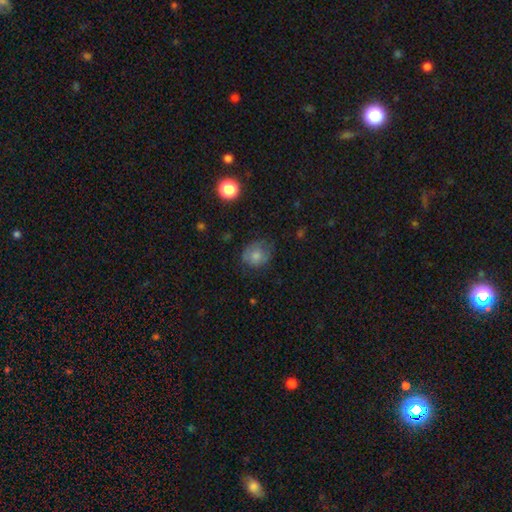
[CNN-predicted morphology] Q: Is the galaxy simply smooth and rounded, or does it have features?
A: smooth — 76%.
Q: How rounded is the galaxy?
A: round — 76%.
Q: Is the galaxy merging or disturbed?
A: none — 61%.